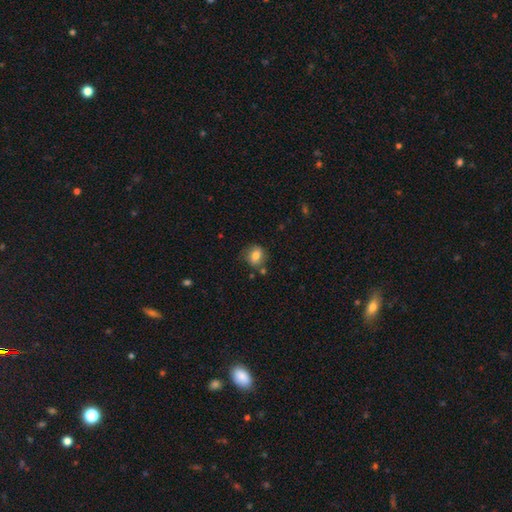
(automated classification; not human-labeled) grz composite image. It shows a smooth galaxy with no disk features (76%) that is round (52%). Merging: none (66%).